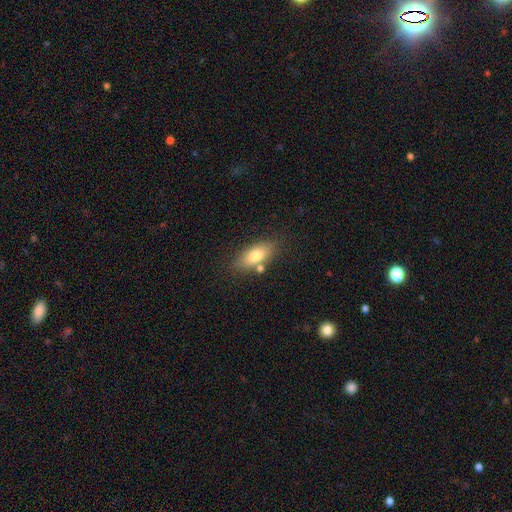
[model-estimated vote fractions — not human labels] smooth 74%, featured or disk 18%, star or artifact 8%. Down the decision tree: how rounded — in between (84%); merging — none (74%).